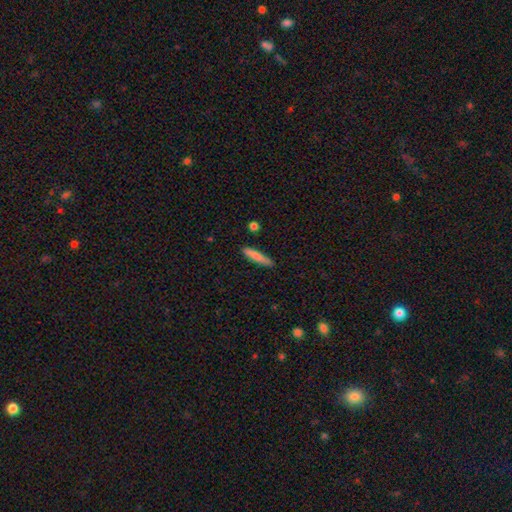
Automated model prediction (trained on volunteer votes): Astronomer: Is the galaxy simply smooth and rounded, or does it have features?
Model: smooth — 80%.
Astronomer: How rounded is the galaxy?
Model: cigar-shaped — 90%.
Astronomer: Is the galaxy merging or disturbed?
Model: none — 85%.